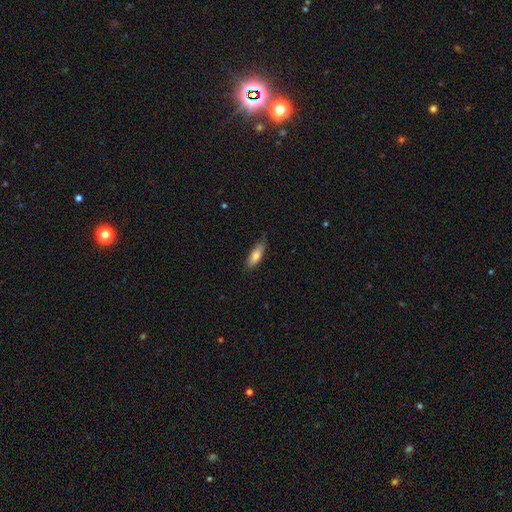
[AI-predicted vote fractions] smooth_or_featured: smooth (p=0.77) [alt: featured or disk p=0.17]
how_rounded: in between (p=0.60) [alt: cigar-shaped p=0.38]
merging: none (p=0.76) [alt: minor disturbance p=0.20]